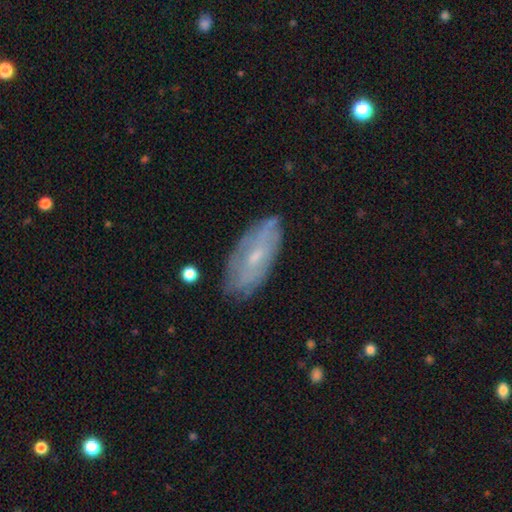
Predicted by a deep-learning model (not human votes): A featured or disk galaxy (56%).

Vote fractions:
- Smooth or featured? featured or disk: 56% / smooth: 36% / star or artifact: 8%
- Edge-on disk? no: 86% / yes: 14%
- Merging? none: 75% / minor disturbance: 19% / major disturbance: 5% / merger: 2%